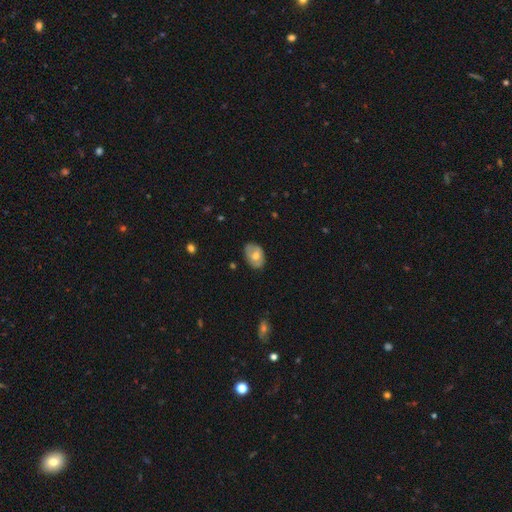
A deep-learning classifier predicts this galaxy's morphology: Smooth or featured? Predicted: smooth (p=0.56). How rounded? Predicted: in between (p=0.81). Merging? Predicted: none (p=0.77).